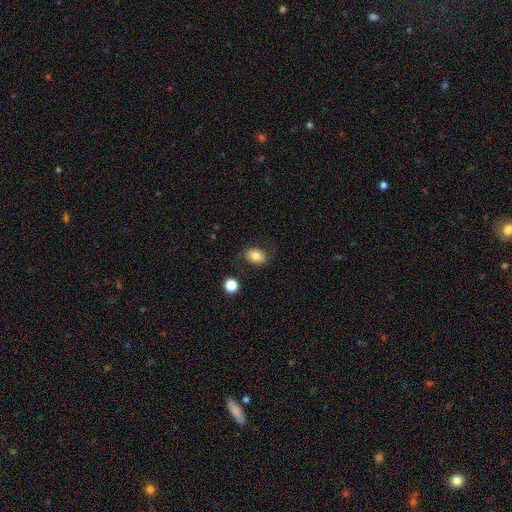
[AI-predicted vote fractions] This appears to be a smooth galaxy with no disk features (79%) that is in between round and cigar-shaped (73%). Merging: none (80%).